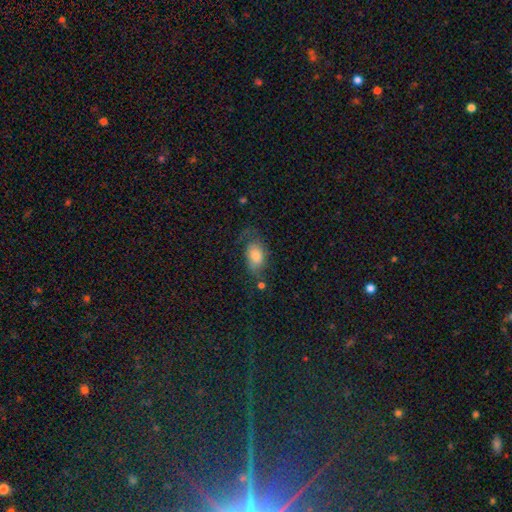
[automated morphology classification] The model was most divided on "merging": none: 48%, minor disturbance: 26%, major disturbance: 21%, merger: 5%. More confident: how rounded — in between (87%); smooth or featured — smooth (60%).